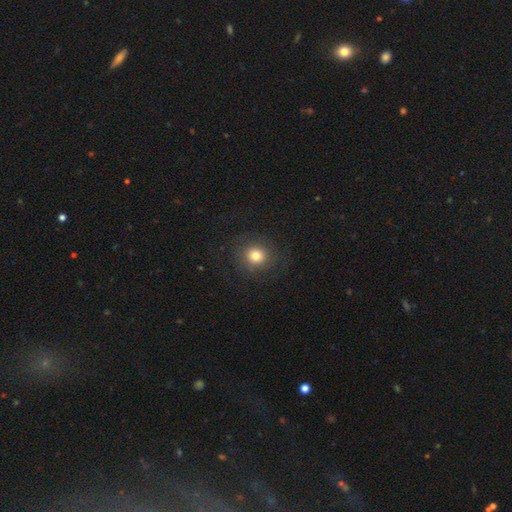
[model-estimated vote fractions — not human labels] A smooth galaxy with no disk features (78%) that is round (87%).

Vote fractions:
- Smooth or featured? smooth: 78% / star or artifact: 12% / featured or disk: 9%
- How rounded? round: 87% / in between: 12% / cigar-shaped: 1%
- Merging? none: 85% / minor disturbance: 9% / major disturbance: 5% / merger: 1%